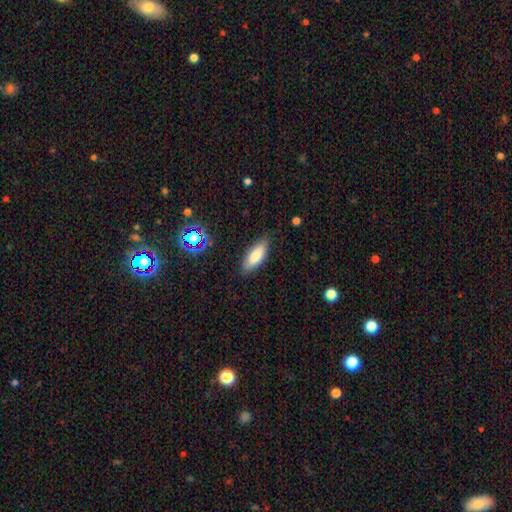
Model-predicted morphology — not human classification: smooth_or_featured: smooth (p=0.80) [alt: featured or disk p=0.13]
how_rounded: in between (p=0.71) [alt: cigar-shaped p=0.27]
merging: none (p=0.82) [alt: minor disturbance p=0.14]